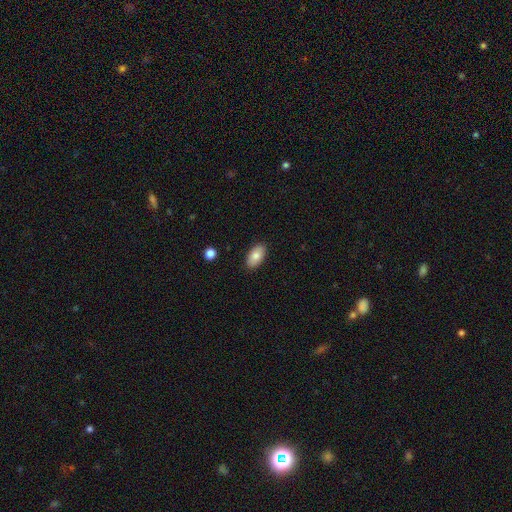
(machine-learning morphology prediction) smooth-or-featured: smooth: 81% | featured or disk: 12% | star or artifact: 7%
  how-rounded: in between: 94% | round: 3% | cigar-shaped: 2%
  merging: none: 89% | minor disturbance: 8% | major disturbance: 2% | merger: 1%